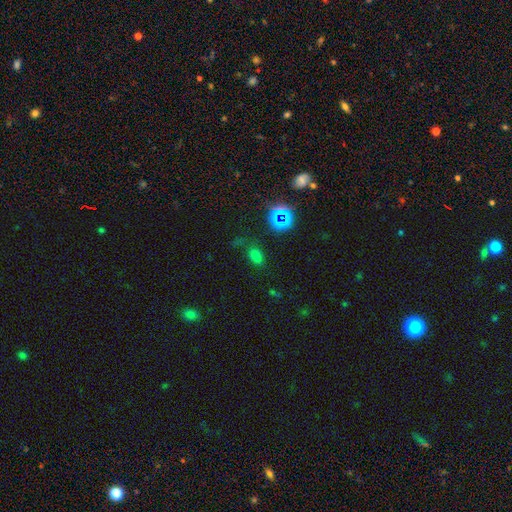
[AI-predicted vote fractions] This appears to be a smooth galaxy with no disk features (57%) that is in between round and cigar-shaped (84%). Merging: none (65%).